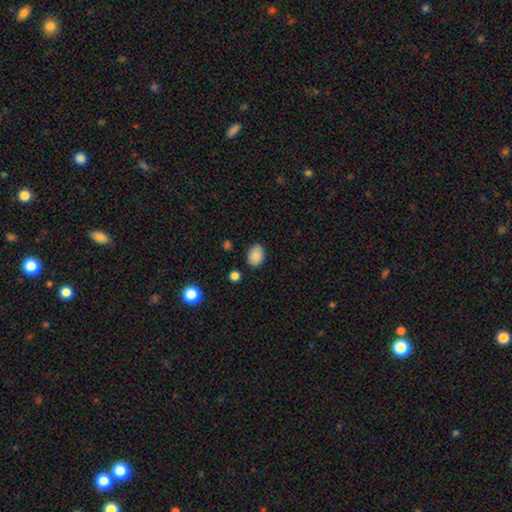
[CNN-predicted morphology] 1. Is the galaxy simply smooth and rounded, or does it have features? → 87% smooth, 9% star or artifact, 5% featured or disk.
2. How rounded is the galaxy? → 73% in between, 26% round, 1% cigar-shaped.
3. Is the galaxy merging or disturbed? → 80% none, 15% minor disturbance, 3% major disturbance, 2% merger.